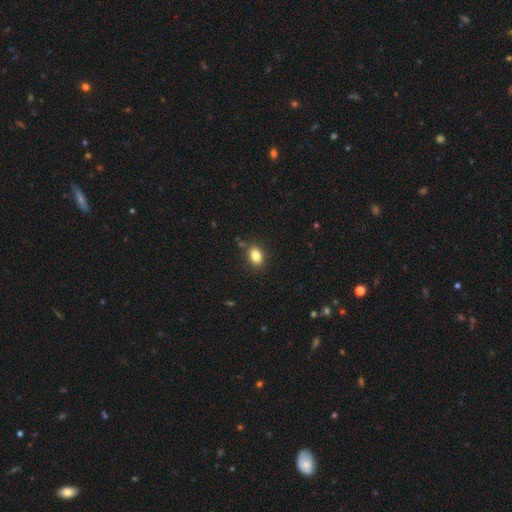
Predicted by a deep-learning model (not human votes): smooth-or-featured: smooth: 85% | star or artifact: 9% | featured or disk: 6%
  how-rounded: in between: 78% | round: 20% | cigar-shaped: 1%
  merging: none: 83% | minor disturbance: 11% | merger: 3% | major disturbance: 3%